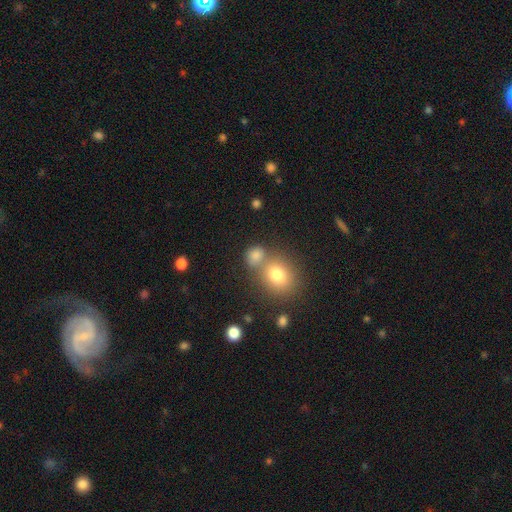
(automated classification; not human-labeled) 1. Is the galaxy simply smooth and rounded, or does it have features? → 78% smooth, 14% star or artifact, 8% featured or disk.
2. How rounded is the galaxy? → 67% round, 32% in between, 1% cigar-shaped.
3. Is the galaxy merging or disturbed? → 50% none, 36% merger, 10% minor disturbance, 4% major disturbance.